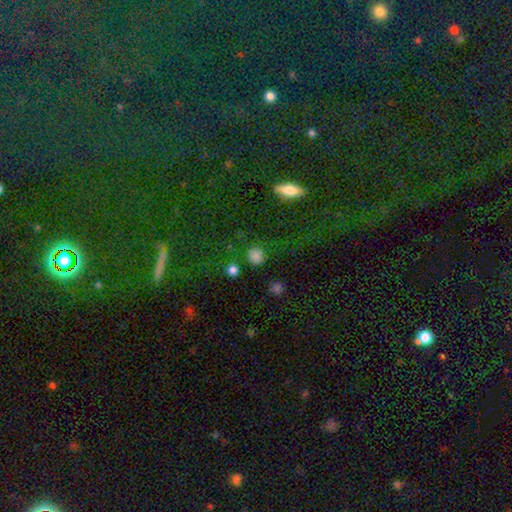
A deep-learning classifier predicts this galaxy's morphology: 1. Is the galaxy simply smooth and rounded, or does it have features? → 81% smooth, 15% star or artifact, 4% featured or disk.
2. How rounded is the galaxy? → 89% round, 10% in between, 1% cigar-shaped.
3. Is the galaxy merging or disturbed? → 85% none, 9% minor disturbance, 3% major disturbance, 3% merger.